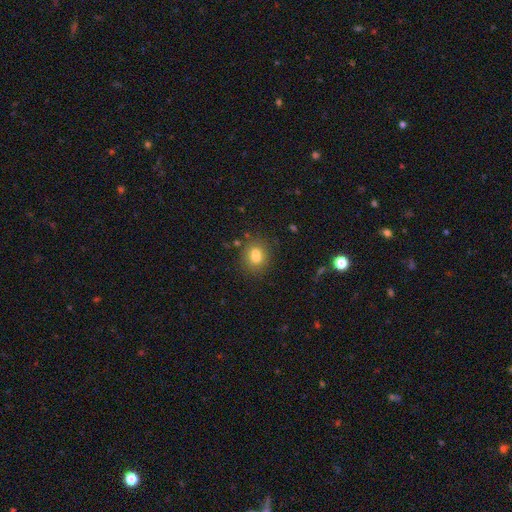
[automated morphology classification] This appears to be a smooth galaxy with no disk features (69%) that is round (71%). Merging: none (51%).